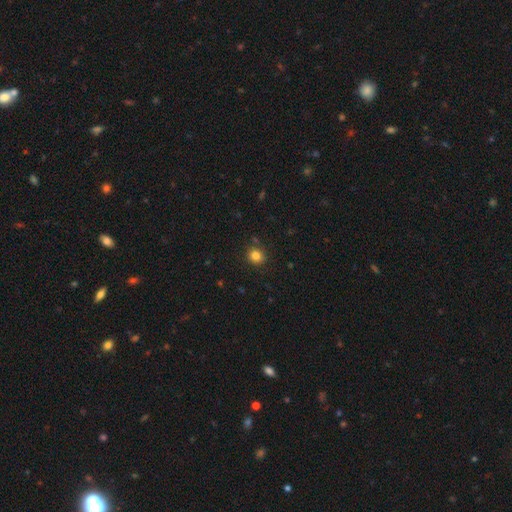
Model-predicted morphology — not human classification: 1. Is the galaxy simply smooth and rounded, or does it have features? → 83% smooth, 12% star or artifact, 5% featured or disk.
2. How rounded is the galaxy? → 85% round, 14% in between, 1% cigar-shaped.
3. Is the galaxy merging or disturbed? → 85% none, 9% minor disturbance, 3% merger, 3% major disturbance.